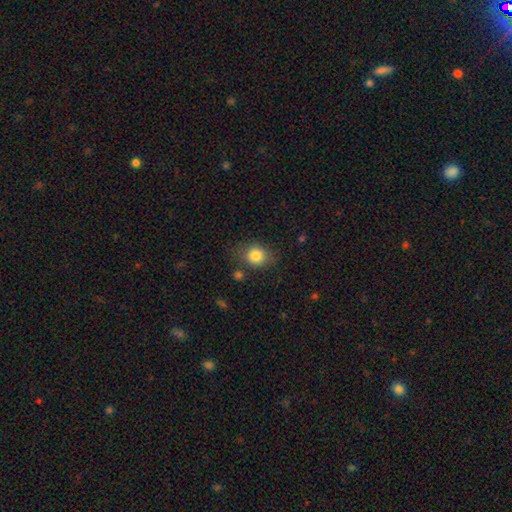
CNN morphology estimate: smooth-or-featured: smooth: 83% | star or artifact: 10% | featured or disk: 7%
  how-rounded: round: 67% | in between: 32% | cigar-shaped: 1%
  merging: none: 73% | minor disturbance: 16% | major disturbance: 6% | merger: 5%